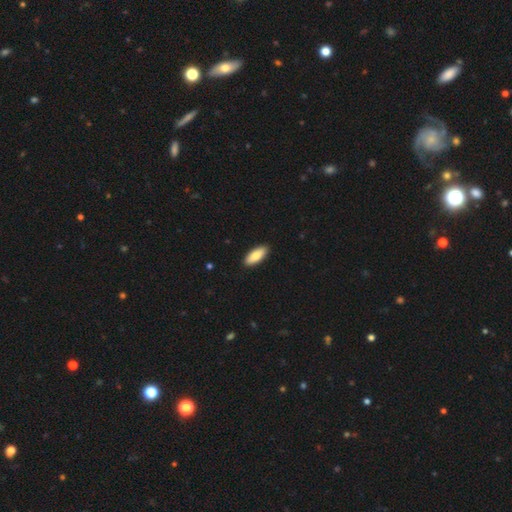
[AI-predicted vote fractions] Smooth or featured?
  - smooth: 83% *
  - featured or disk: 11%
  - star or artifact: 6%
How rounded?
  - in between: 80% *
  - cigar-shaped: 18%
  - round: 2%
Merging?
  - none: 91% *
  - minor disturbance: 7%
  - major disturbance: 1%
  - merger: 1%